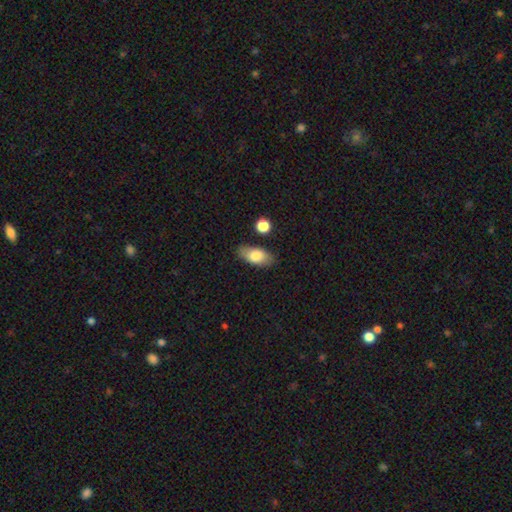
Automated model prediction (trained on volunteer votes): smooth 79%, featured or disk 14%, star or artifact 7%. Down the decision tree: how rounded — in between (89%); merging — none (80%).